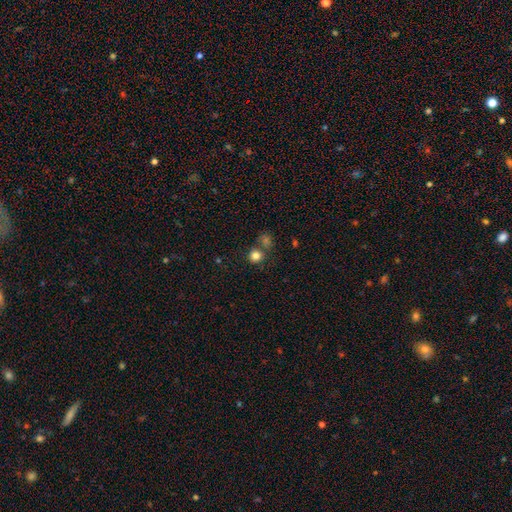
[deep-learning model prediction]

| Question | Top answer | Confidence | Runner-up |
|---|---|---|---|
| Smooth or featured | smooth | 81% | star or artifact (13%) |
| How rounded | round | 88% | in between (11%) |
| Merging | none | 66% | merger (21%) |